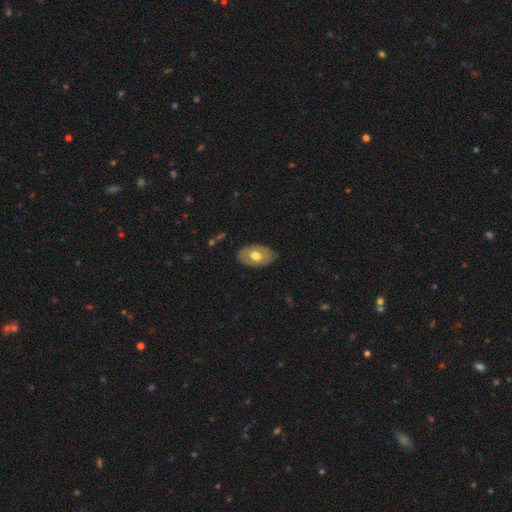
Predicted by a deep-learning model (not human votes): A smooth galaxy with no disk features (58%) that is in between round and cigar-shaped (89%). Merging: none (82%).